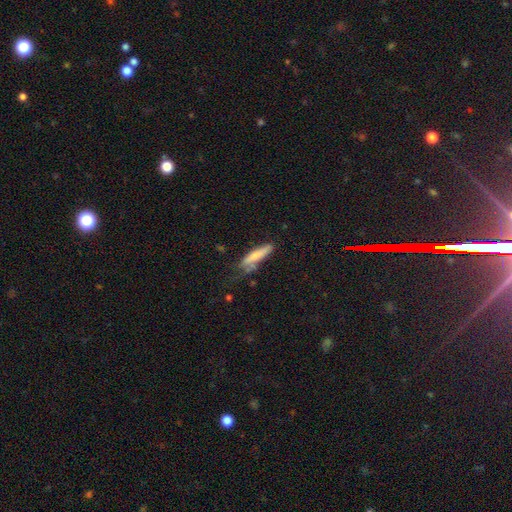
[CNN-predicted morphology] Smooth or featured: smooth — 74% (featured or disk — 19%)
How rounded: cigar-shaped — 77% (in between — 22%)
Merging: none — 52% (minor disturbance — 29%)